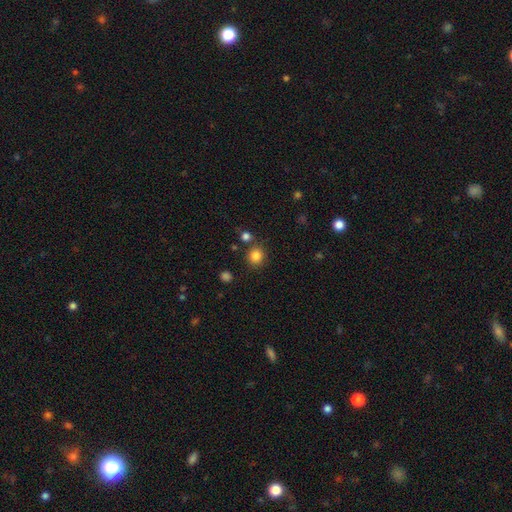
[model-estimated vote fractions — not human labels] The model was most divided on "smooth or featured": smooth: 84%, star or artifact: 12%, featured or disk: 4%. More confident: how rounded — round (88%); merging — none (82%).